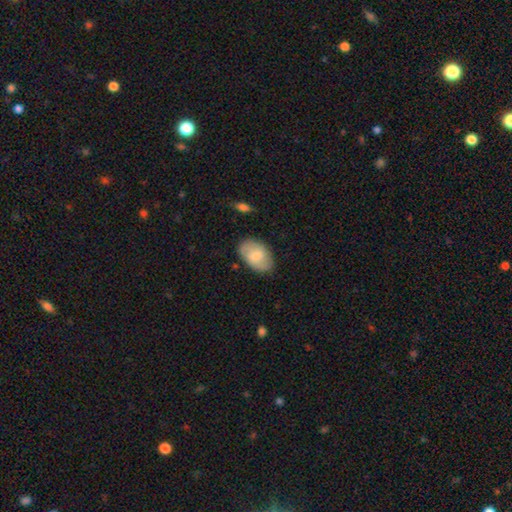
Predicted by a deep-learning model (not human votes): smooth-or-featured: smooth: 69% | featured or disk: 25% | star or artifact: 6%
  how-rounded: in between: 92% | round: 7% | cigar-shaped: 1%
  merging: none: 80% | minor disturbance: 15% | major disturbance: 3% | merger: 2%